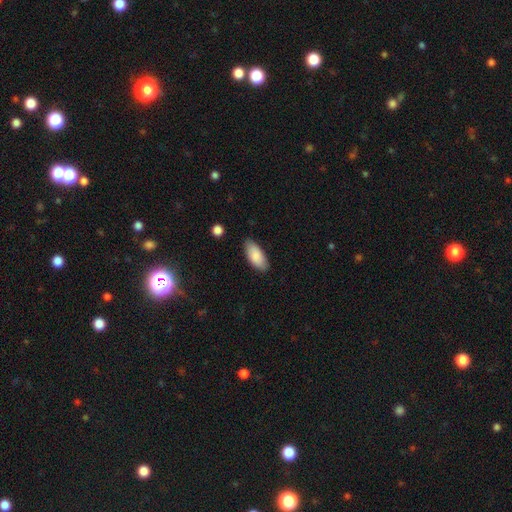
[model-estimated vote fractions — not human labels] Smooth or featured? Predicted: smooth (p=0.87). How rounded? Predicted: in between (p=0.90). Merging? Predicted: none (p=0.83).